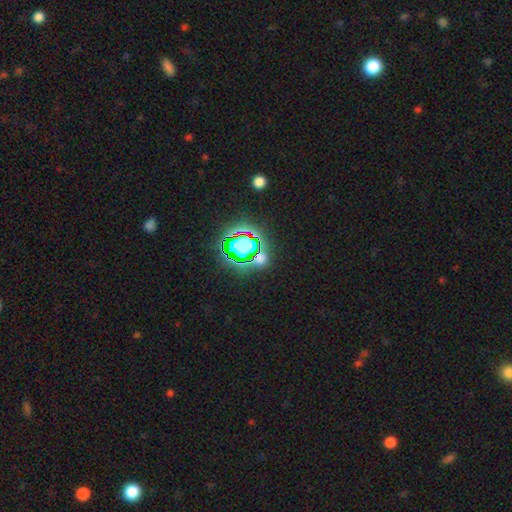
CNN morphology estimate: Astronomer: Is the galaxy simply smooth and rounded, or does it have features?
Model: star or artifact — 70%.